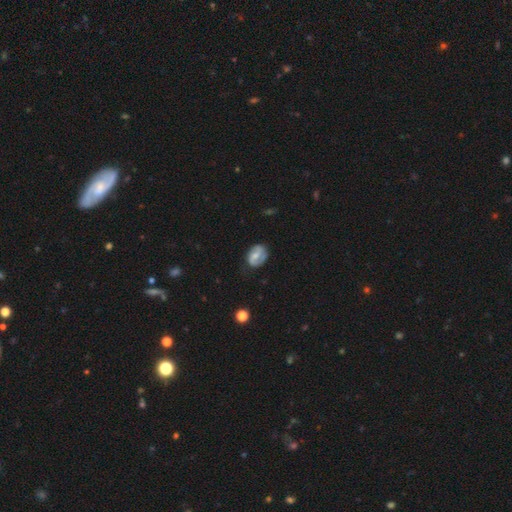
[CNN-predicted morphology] The model was most divided on "bulge size": moderate: 46%, small: 40%, none: 10%, large: 3%, dominant: 1%. Remaining: edge-on disk — no (97%); spiral arms — yes (83%); merging — none (67%); smooth or featured — featured or disk (60%); bar — weak (47%).